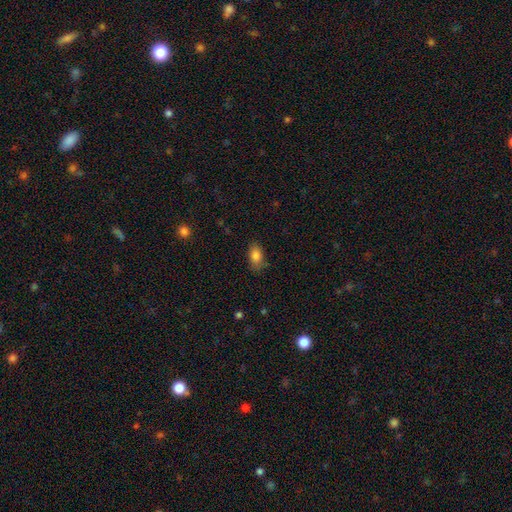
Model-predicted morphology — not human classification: This appears to be a smooth galaxy with no disk features (84%) that is in between round and cigar-shaped (88%). Merging: none (78%).